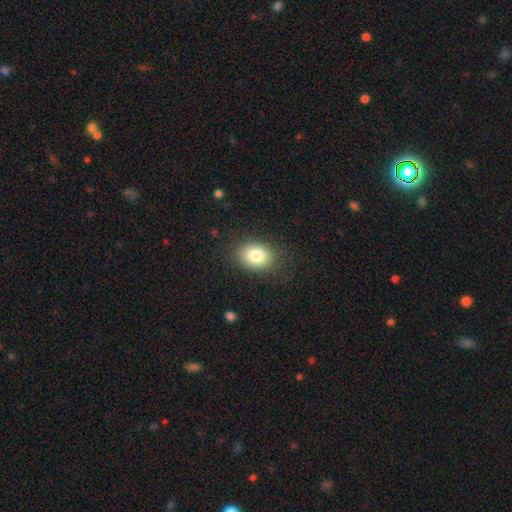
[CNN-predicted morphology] smooth 82%, featured or disk 9%, star or artifact 9%. Down the decision tree: how rounded — in between (65%); merging — none (81%).